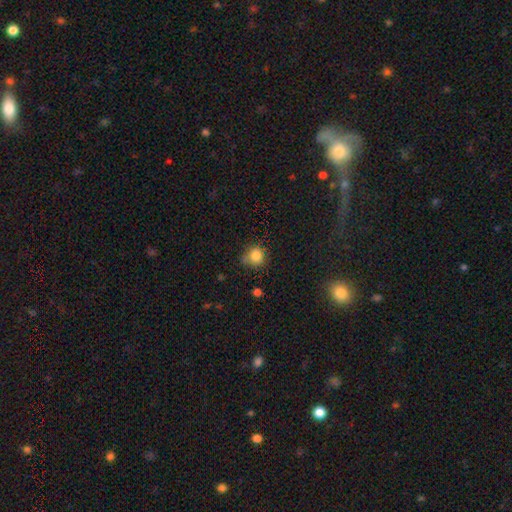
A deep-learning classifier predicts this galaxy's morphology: Smooth or featured? smooth (82%)
How rounded? round (84%)
Merging? none (62%)